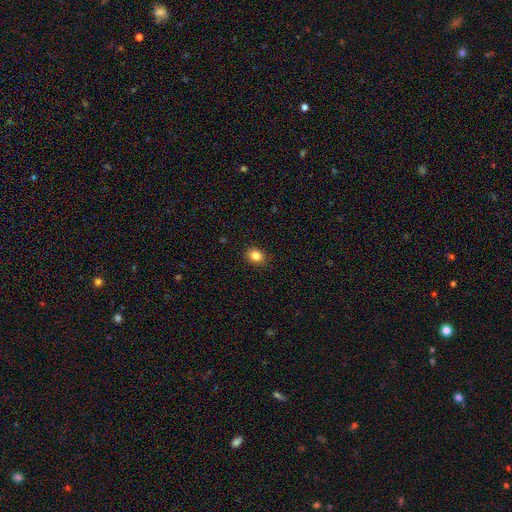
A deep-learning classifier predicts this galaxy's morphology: Smooth or featured? smooth (84%)
How rounded? round (53%)
Merging? none (90%)